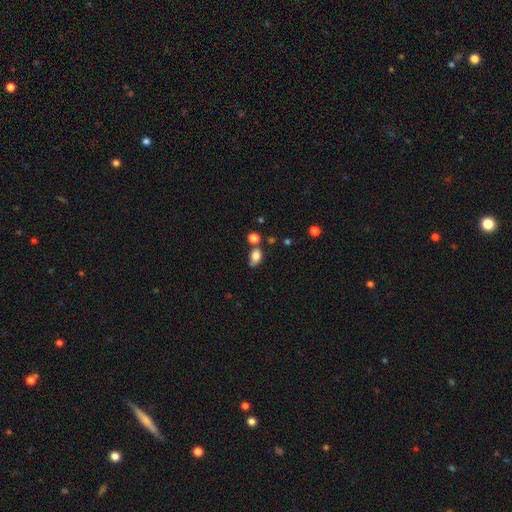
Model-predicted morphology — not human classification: This is likely a smooth galaxy (79%). How rounded: likely in between (75%). Merging: marginally none (44%).